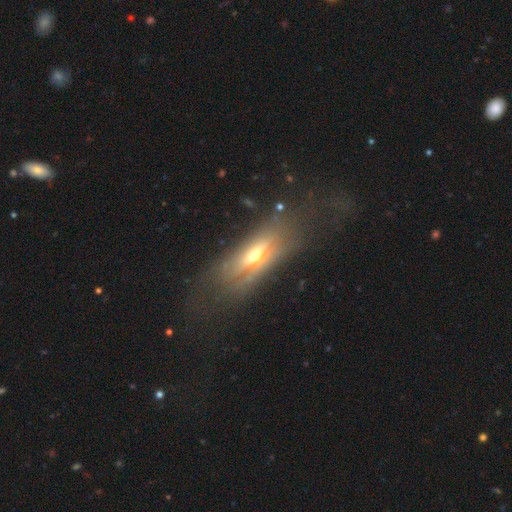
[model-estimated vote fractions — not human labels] The model was most divided on "edge-on disk": yes: 60%, no: 40%. More confident: smooth or featured — featured or disk (60%); merging — none (55%).